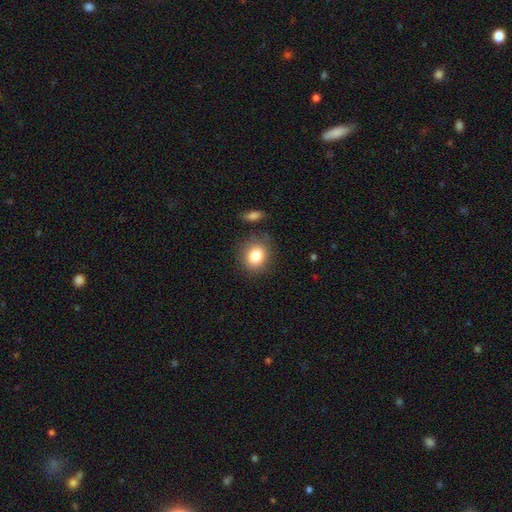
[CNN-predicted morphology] Q: Smooth or featured?
A: smooth (82%); runner-up: star or artifact (10%)
Q: How rounded?
A: round (67%); runner-up: in between (32%)
Q: Merging?
A: none (81%); runner-up: minor disturbance (12%)